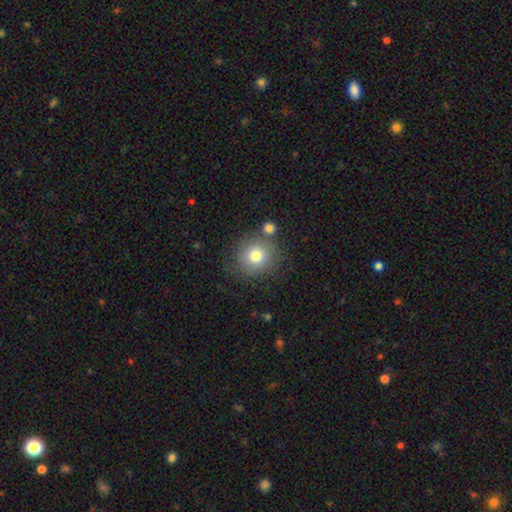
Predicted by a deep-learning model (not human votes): smooth 76%, featured or disk 14%, star or artifact 11%. Down the decision tree: how rounded — round (88%); merging — none (70%).